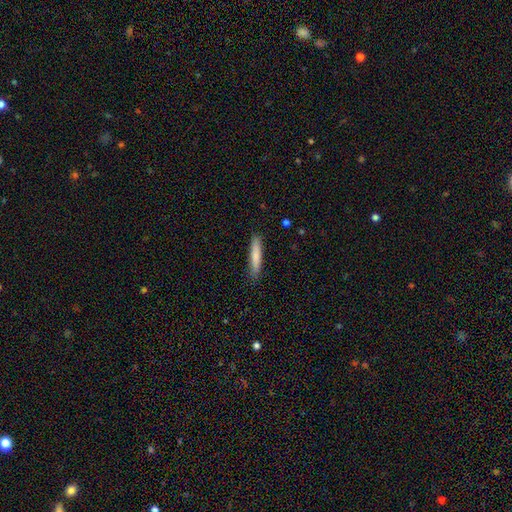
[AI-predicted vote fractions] The model was most divided on "smooth or featured": smooth: 78%, featured or disk: 16%, star or artifact: 6%. More confident: how rounded — cigar-shaped (91%); merging — none (87%).